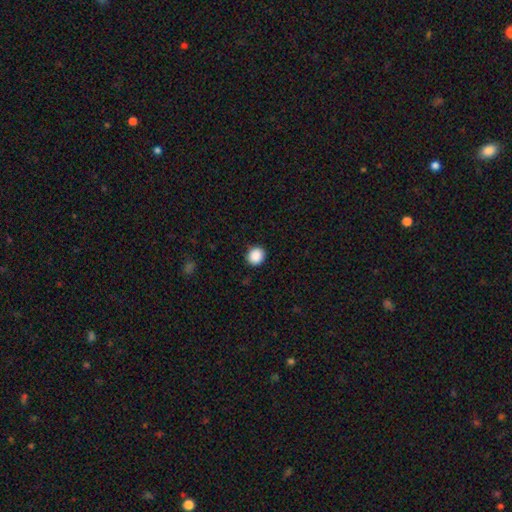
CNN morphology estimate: smooth_or_featured: smooth (p=0.89) [alt: star or artifact p=0.09]
how_rounded: round (p=0.84) [alt: in between p=0.15]
merging: none (p=0.90) [alt: minor disturbance p=0.07]